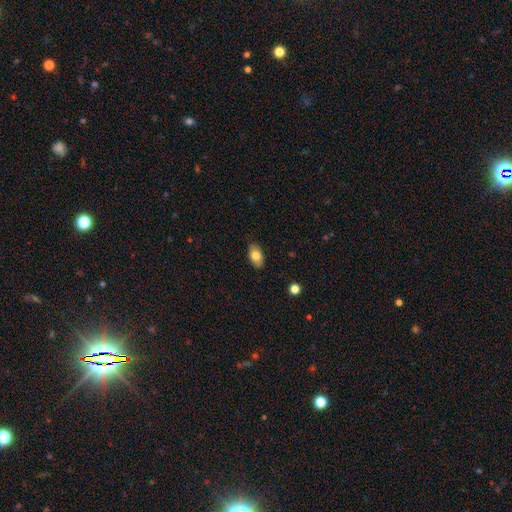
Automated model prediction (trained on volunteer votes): Morphology: type=smooth (77%); roundness=in between (90%); merging=none (85%).